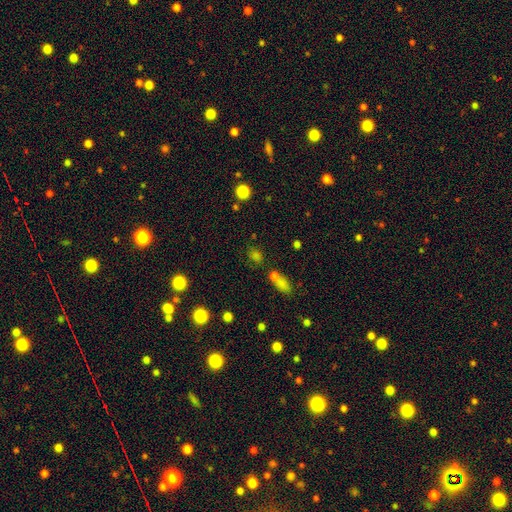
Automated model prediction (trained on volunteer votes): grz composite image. It shows a smooth galaxy with no disk features (62%) that is round (54%). Merging: none (65%).